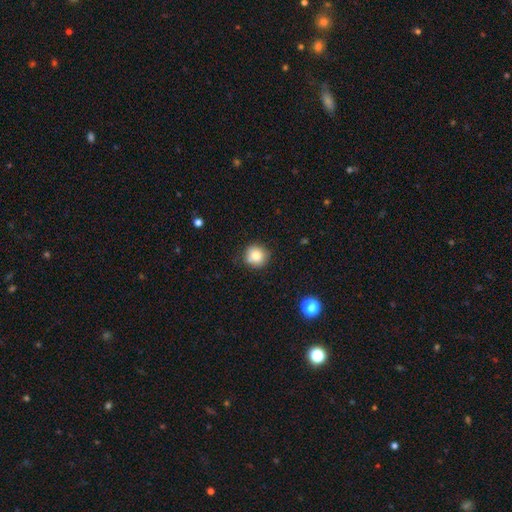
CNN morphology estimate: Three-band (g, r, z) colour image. It shows a smooth galaxy with no disk features (81%) that is round (92%). Merging: none (82%).